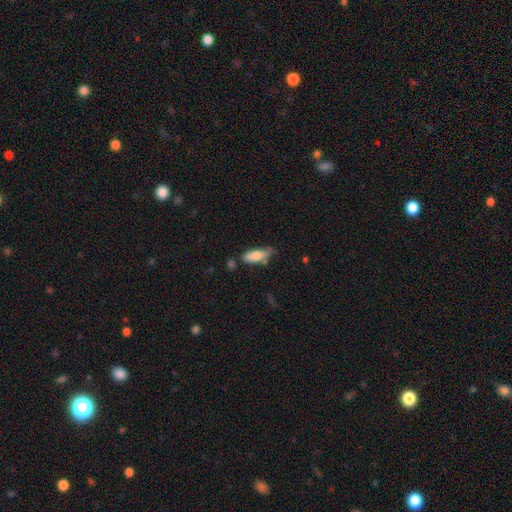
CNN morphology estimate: Smooth or featured?
  - smooth: 79% *
  - featured or disk: 14%
  - star or artifact: 7%
How rounded?
  - in between: 66% *
  - cigar-shaped: 32%
  - round: 2%
Merging?
  - none: 55% *
  - minor disturbance: 31%
  - merger: 8%
  - major disturbance: 7%